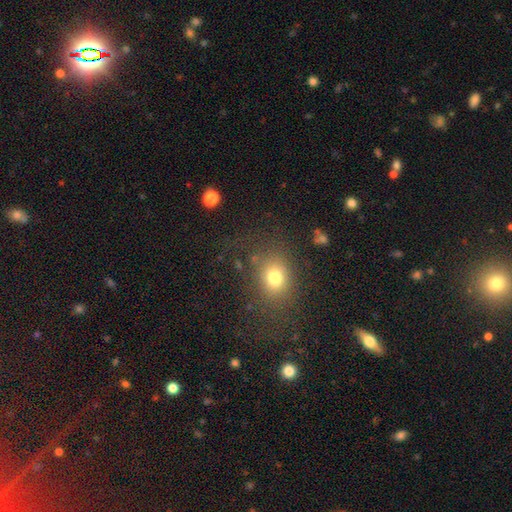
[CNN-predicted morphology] This is likely a smooth galaxy (64%). How rounded: likely round (60%). Merging: likely none (74%).